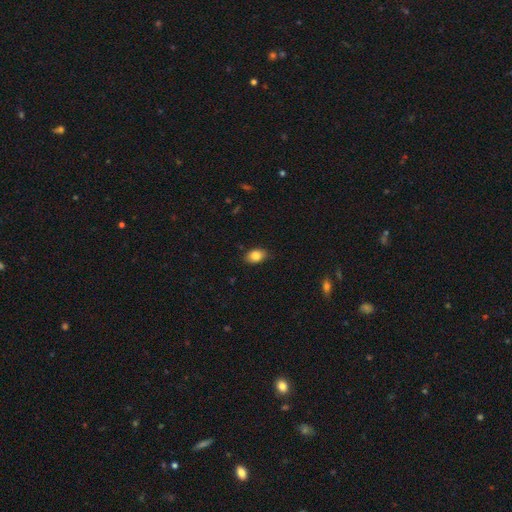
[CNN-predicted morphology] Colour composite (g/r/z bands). It shows a smooth galaxy with no disk features (84%) that is in between round and cigar-shaped (83%). Merging: none (83%).